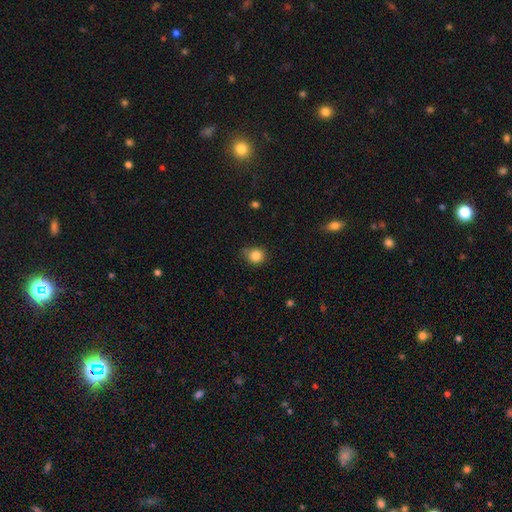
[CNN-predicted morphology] Q: Smooth or featured?
A: smooth (84%); runner-up: star or artifact (11%)
Q: How rounded?
A: round (82%); runner-up: in between (17%)
Q: Merging?
A: none (67%); runner-up: minor disturbance (24%)